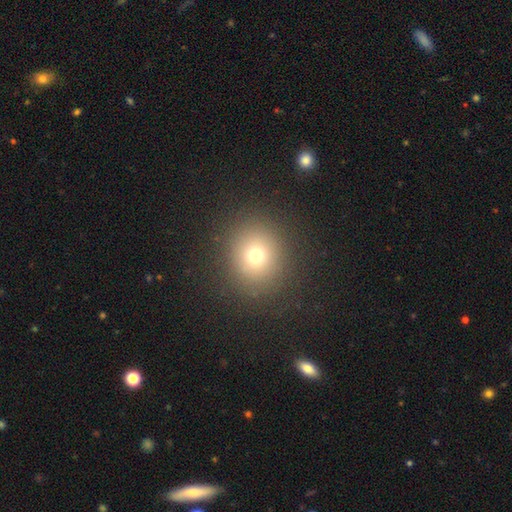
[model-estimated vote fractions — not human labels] Morphology: type=smooth (72%); roundness=round (83%); merging=none (87%).